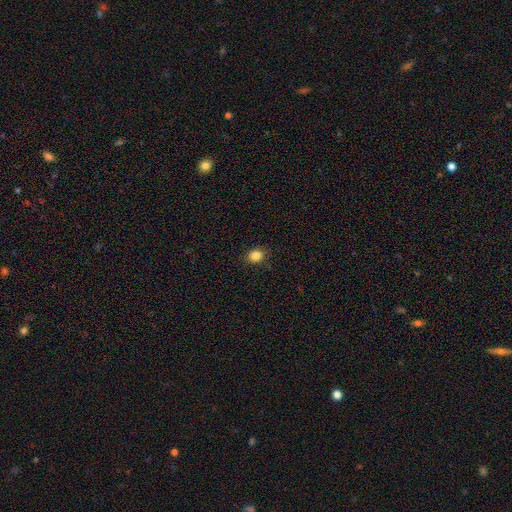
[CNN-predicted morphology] Smooth or featured? Predicted: smooth (p=0.84). How rounded? Predicted: round (p=0.62). Merging? Predicted: none (p=0.87).